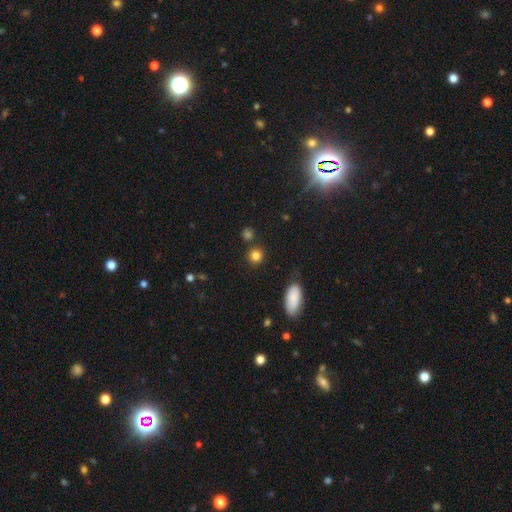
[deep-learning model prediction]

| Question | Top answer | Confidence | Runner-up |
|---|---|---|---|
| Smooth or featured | smooth | 83% | star or artifact (12%) |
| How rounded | round | 88% | in between (11%) |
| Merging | none | 83% | minor disturbance (8%) |